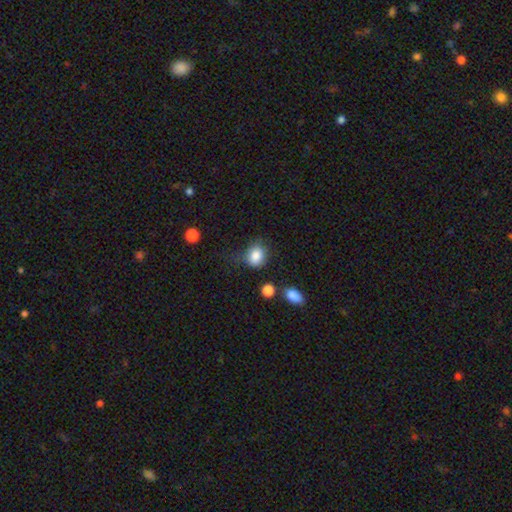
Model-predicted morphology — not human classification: Smooth or featured? Predicted: smooth (p=0.84). How rounded? Predicted: round (p=0.52). Merging? Predicted: none (p=0.55).